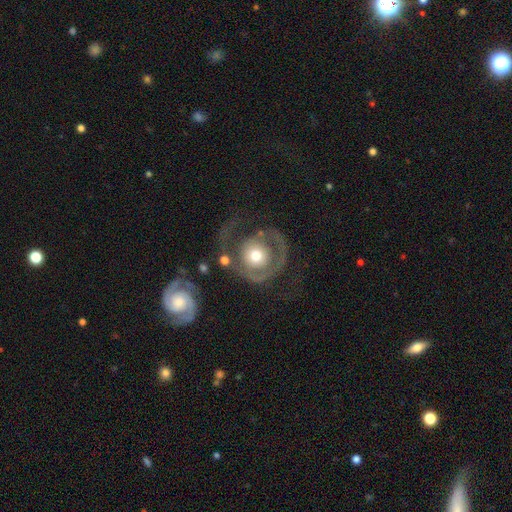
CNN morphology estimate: smooth-or-featured: featured or disk: 59% | smooth: 35% | star or artifact: 6%
  disk-edge-on: no: 96% | yes: 4%
    bar: no: 87% | weak: 10% | strong: 3%
    has-spiral-arms: no: 54% | yes: 46%
    bulge-size: moderate: 63% | large: 17% | small: 16% | dominant: 2% | none: 1%
  merging: major disturbance: 43% | none: 35% | minor disturbance: 17% | merger: 6%